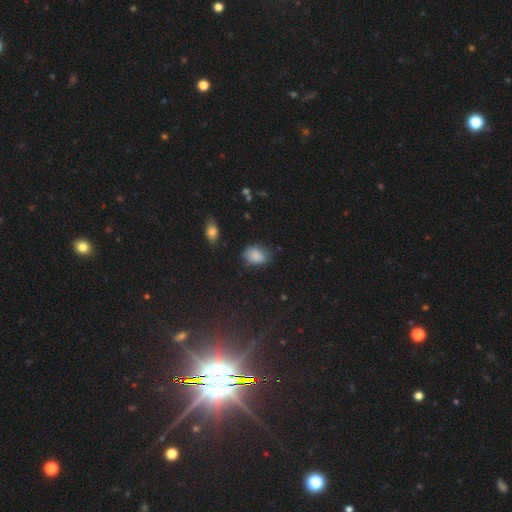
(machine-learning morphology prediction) The model was most divided on "merging": none: 61%, minor disturbance: 30%, major disturbance: 7%, merger: 2%. More confident: smooth or featured — smooth (84%); how rounded — in between (74%).